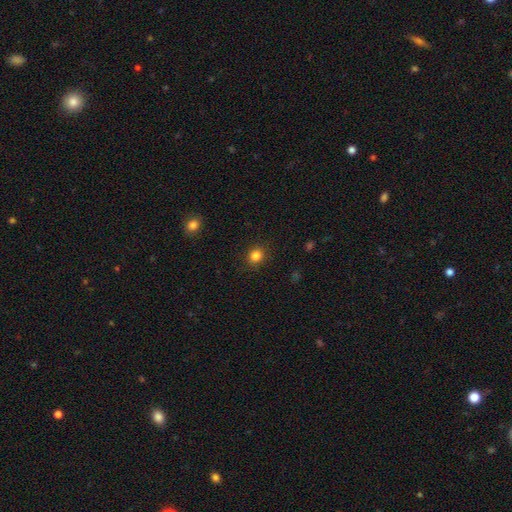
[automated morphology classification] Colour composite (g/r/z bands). It shows a smooth galaxy with no disk features (84%) that is round (81%). Merging: none (90%).